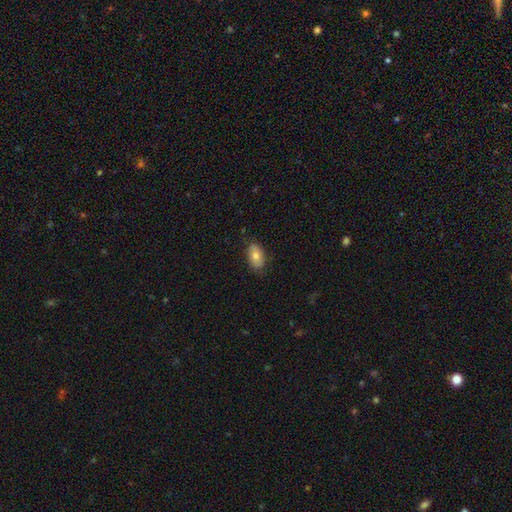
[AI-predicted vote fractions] A smooth galaxy with no disk features (74%) that is in between round and cigar-shaped (92%). Merging: none (80%).